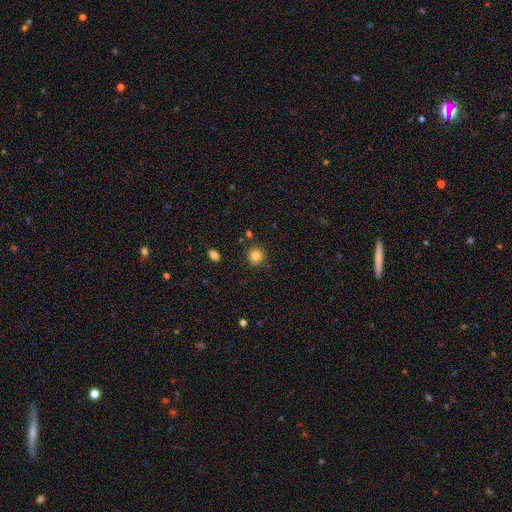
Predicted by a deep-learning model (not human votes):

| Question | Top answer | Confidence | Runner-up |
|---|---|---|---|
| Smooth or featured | smooth | 84% | star or artifact (11%) |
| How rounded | round | 91% | in between (8%) |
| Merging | none | 86% | minor disturbance (8%) |